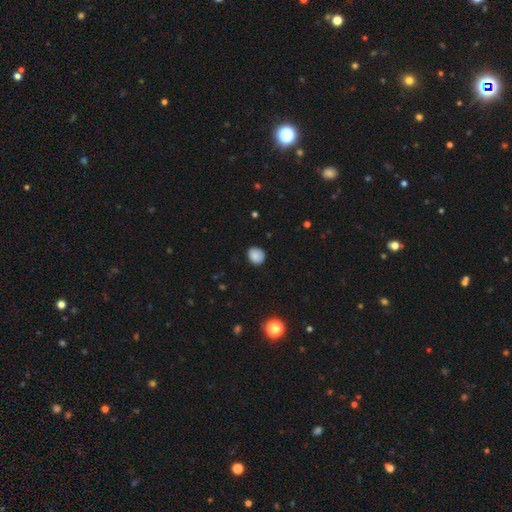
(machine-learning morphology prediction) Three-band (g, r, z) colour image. It shows a smooth galaxy with no disk features (85%) that is round (70%). Merging: none (84%).